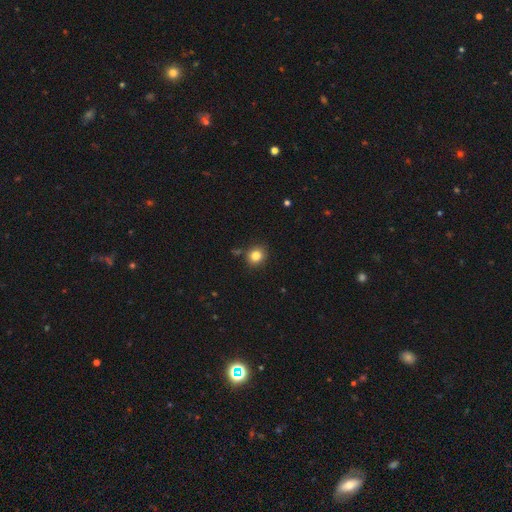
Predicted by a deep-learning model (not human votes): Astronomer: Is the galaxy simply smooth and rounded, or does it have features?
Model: smooth — 83%.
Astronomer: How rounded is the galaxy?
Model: round — 78%.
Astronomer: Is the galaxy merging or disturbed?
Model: none — 85%.